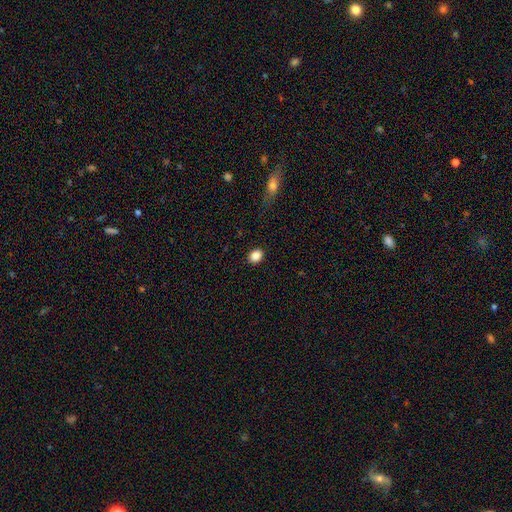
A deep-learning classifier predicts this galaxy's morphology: Overall: smooth (87%). How rounded: in between (56%; round 43%). Merging: none (89%).